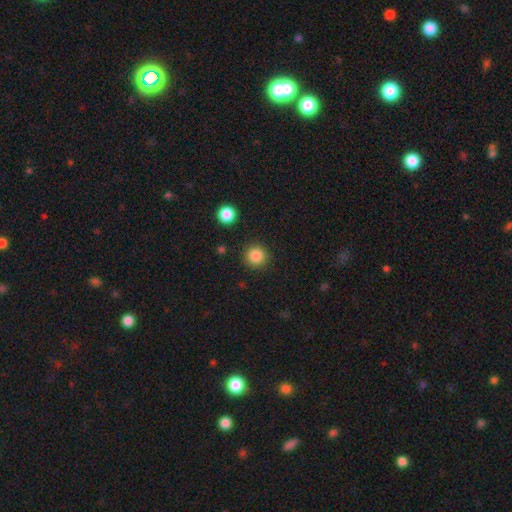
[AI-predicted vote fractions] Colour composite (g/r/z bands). It shows a smooth galaxy with no disk features (86%) that is round (95%). Merging: none (90%).